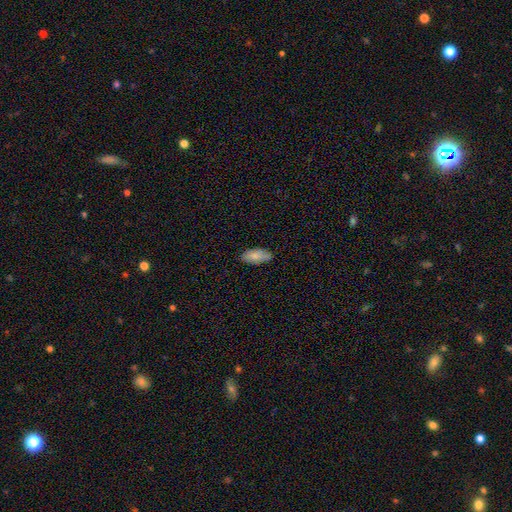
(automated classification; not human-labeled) Smooth or featured?
  - smooth: 83% *
  - featured or disk: 10%
  - star or artifact: 6%
How rounded?
  - in between: 90% *
  - cigar-shaped: 8%
  - round: 2%
Merging?
  - none: 82% *
  - minor disturbance: 14%
  - major disturbance: 2%
  - merger: 1%